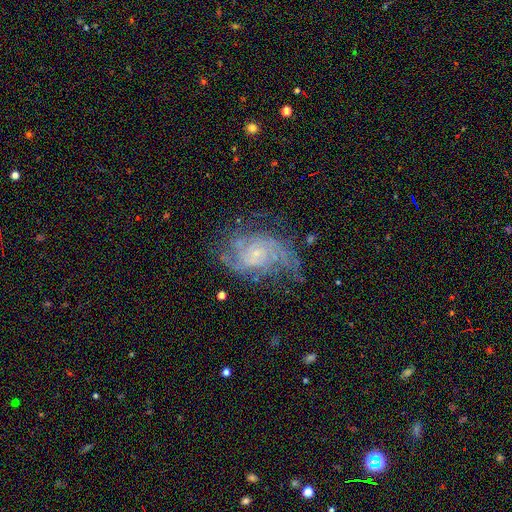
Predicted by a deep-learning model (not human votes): Morphology: type=featured or disk (72%); edge-on=no (97%); bar=no (71%); spiral arms=yes (89%); winding=medium (42%); arm count=can't tell (34%); bulge=small (62%); merging=none (62%).